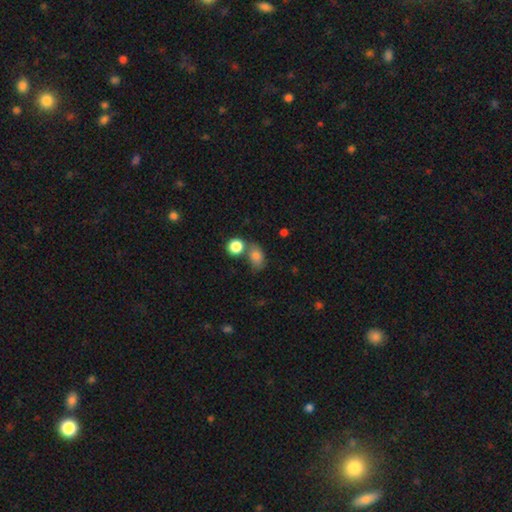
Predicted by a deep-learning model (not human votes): This appears to be a smooth galaxy with no disk features (82%) that is in between round and cigar-shaped (73%). Merging: none (51%).